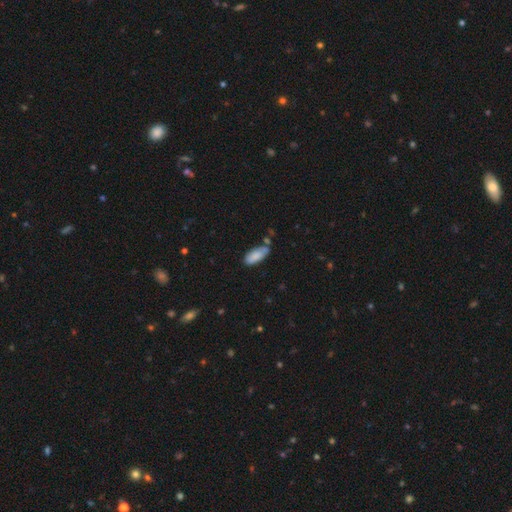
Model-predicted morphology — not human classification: A smooth galaxy with no disk features (84%) that is in between round and cigar-shaped (84%). Merging: none (62%).